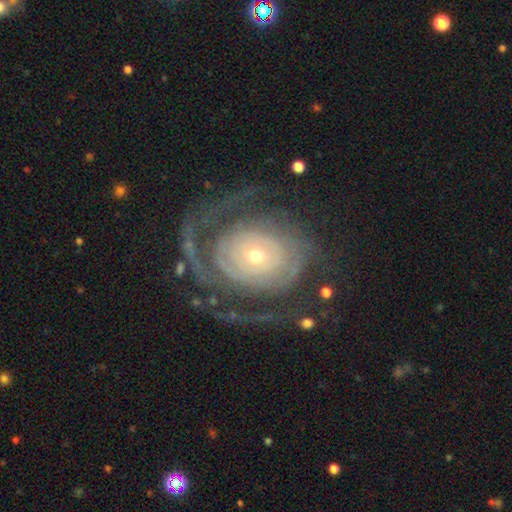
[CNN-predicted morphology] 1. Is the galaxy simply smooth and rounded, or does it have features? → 84% featured or disk, 11% smooth, 6% star or artifact.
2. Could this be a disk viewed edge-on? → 97% no, 3% yes.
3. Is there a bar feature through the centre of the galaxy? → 81% no, 13% weak, 6% strong.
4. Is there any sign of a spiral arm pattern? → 87% yes, 13% no.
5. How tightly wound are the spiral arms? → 67% tight, 22% medium, 11% loose.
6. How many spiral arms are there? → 36% 2, 31% can't tell, 11% 3, 9% 1, 7% 4, 6% more than 4.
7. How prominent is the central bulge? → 64% small, 30% moderate, 4% large, 1% dominant, 1% none.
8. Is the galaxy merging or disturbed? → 61% none, 22% major disturbance, 15% minor disturbance, 2% merger.